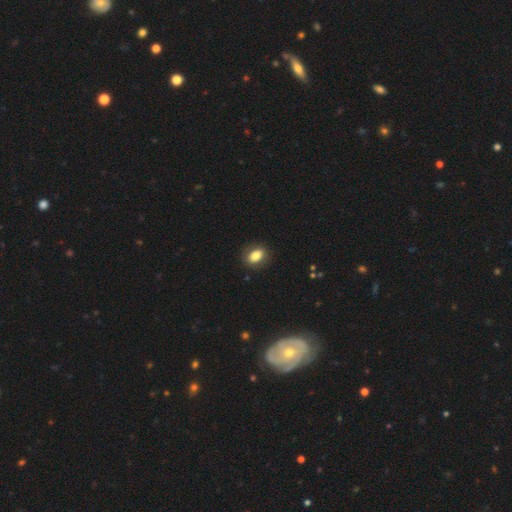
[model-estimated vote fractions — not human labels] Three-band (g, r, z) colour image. It shows a smooth galaxy with no disk features (82%) that is in between round and cigar-shaped (74%). Merging: none (87%).